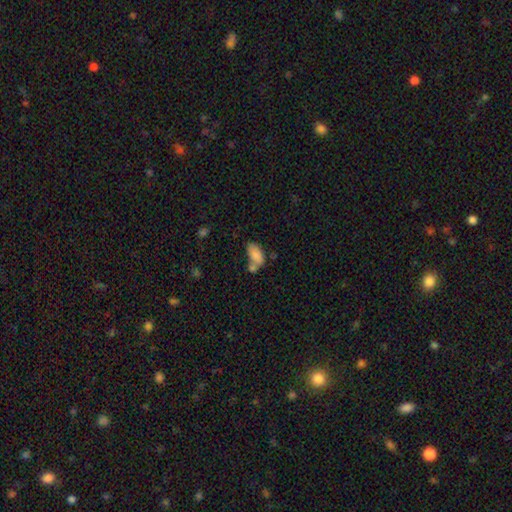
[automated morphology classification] Smooth or featured? smooth (82%)
How rounded? in between (92%)
Merging? merger (38%)